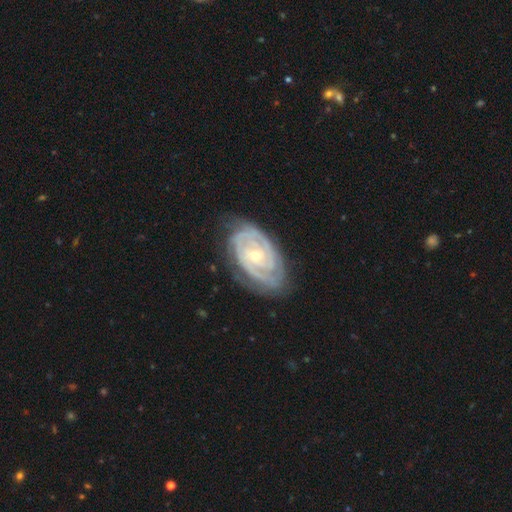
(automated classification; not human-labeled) A featured or disk galaxy (89%) with no bar (68%), 2 (32%) tight (80%) spiral arms (97%) and a small central bulge (58%). Merging: none (74%).